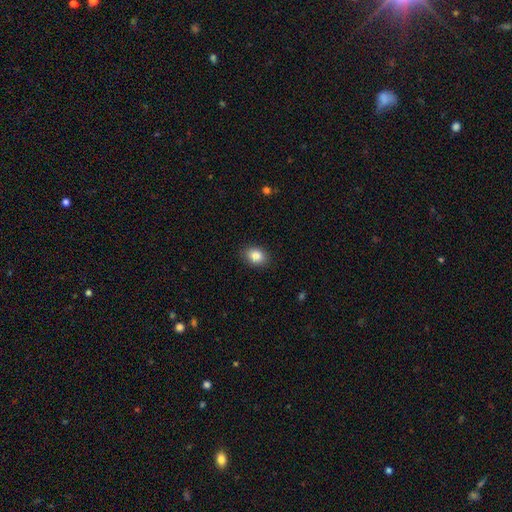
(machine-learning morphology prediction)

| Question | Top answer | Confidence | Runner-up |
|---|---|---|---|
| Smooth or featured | smooth | 86% | star or artifact (8%) |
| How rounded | in between | 67% | round (32%) |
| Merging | none | 88% | minor disturbance (9%) |